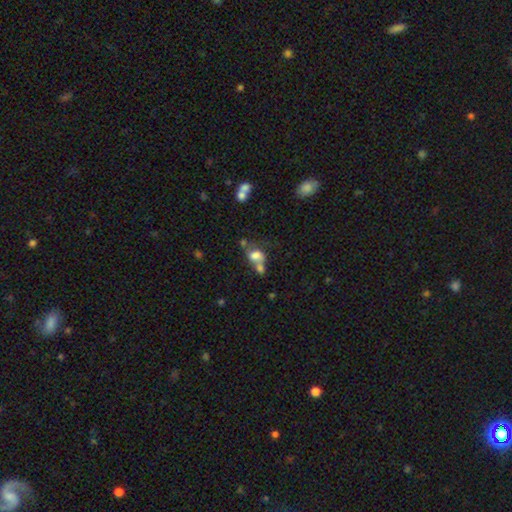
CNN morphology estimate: type=smooth (66%); roundness=in between (68%); merging=merger (54%).